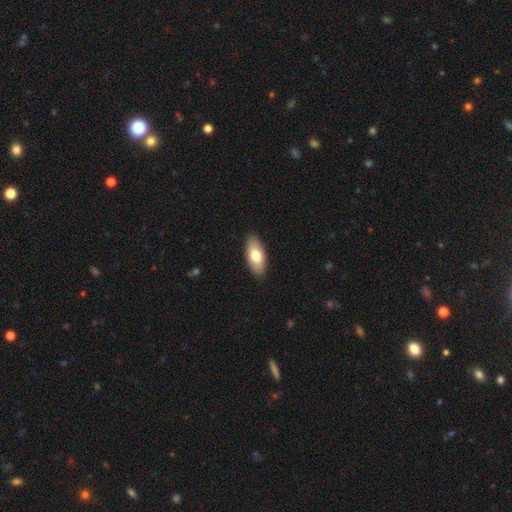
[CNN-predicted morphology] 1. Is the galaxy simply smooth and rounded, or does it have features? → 76% smooth, 18% featured or disk, 6% star or artifact.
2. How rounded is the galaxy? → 88% in between, 9% cigar-shaped, 2% round.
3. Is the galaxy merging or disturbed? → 89% none, 9% minor disturbance, 2% major disturbance, 1% merger.